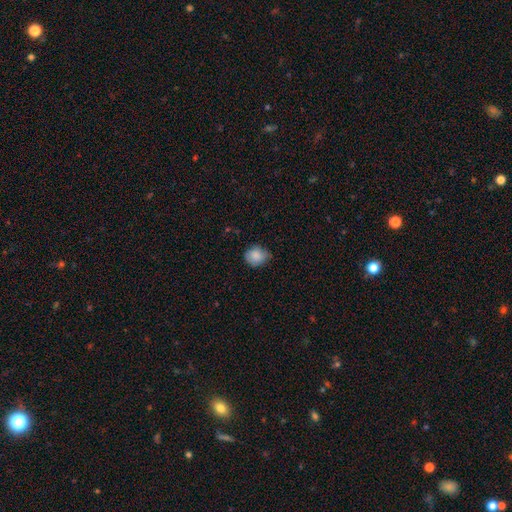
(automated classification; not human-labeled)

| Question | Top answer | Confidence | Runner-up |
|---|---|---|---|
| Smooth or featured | smooth | 85% | star or artifact (8%) |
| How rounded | round | 68% | in between (31%) |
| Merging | none | 62% | minor disturbance (31%) |